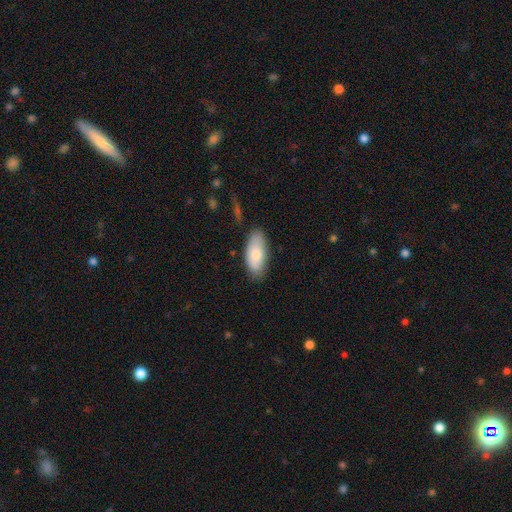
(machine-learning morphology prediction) The model was most divided on "merging": none: 77%, minor disturbance: 17%, major disturbance: 3%, merger: 3%. More confident: how rounded — in between (89%); smooth or featured — smooth (80%).